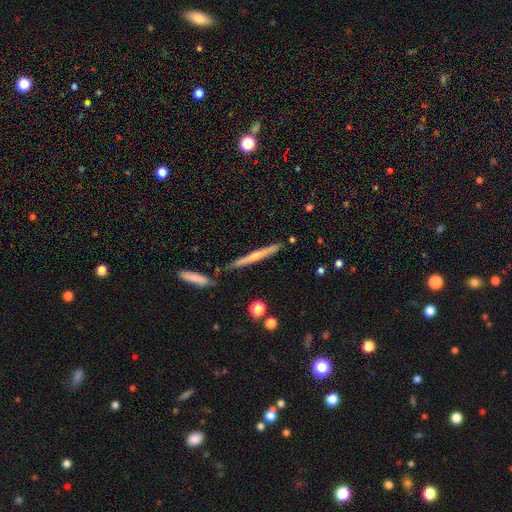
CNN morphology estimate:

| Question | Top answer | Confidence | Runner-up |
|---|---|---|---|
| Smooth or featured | featured or disk | 50% | smooth (44%) |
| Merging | none | 80% | minor disturbance (11%) |